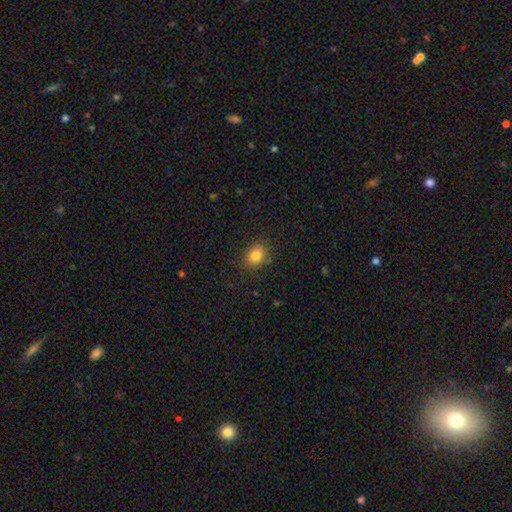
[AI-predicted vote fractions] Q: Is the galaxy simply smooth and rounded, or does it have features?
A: smooth — 83%.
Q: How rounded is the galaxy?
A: in between — 54%.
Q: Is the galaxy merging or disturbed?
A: none — 82%.